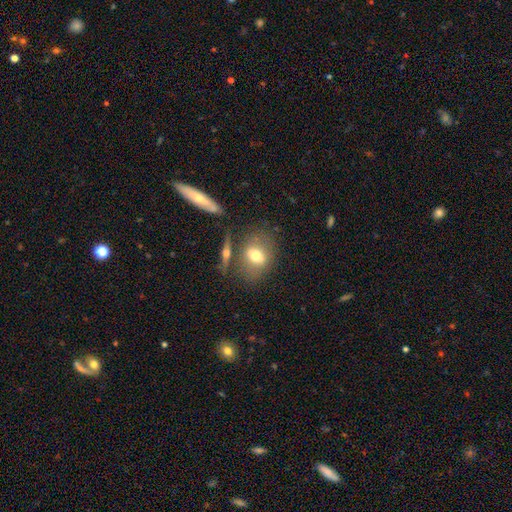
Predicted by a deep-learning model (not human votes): Smooth or featured? smooth (64%)
How rounded? in between (61%)
Merging? none (62%)